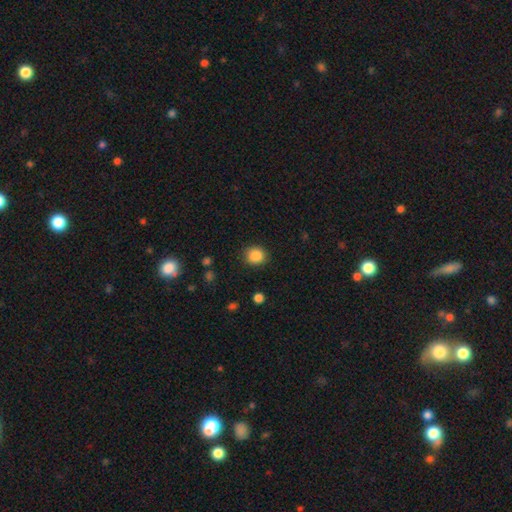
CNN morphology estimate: smooth-or-featured: smooth: 87% | star or artifact: 10% | featured or disk: 3%
  how-rounded: round: 80% | in between: 19% | cigar-shaped: 1%
  merging: none: 86% | minor disturbance: 9% | major disturbance: 3% | merger: 1%